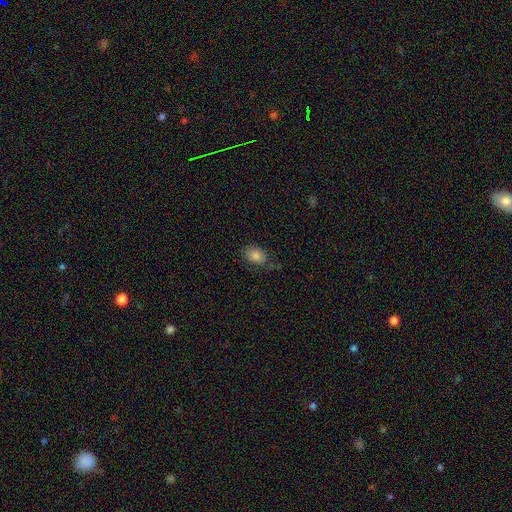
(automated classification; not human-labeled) Overall: smooth (82%). How rounded: in between (78%). Merging: none (68%).